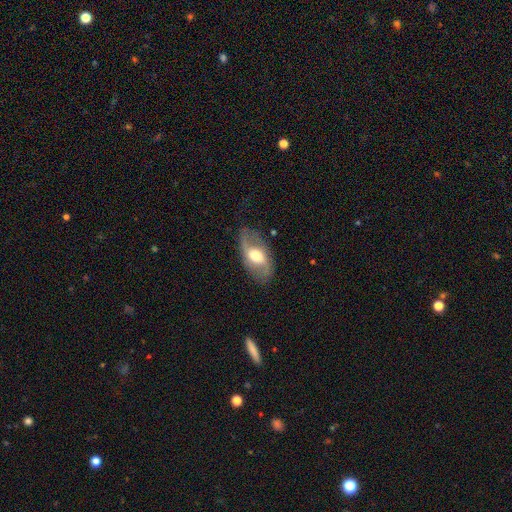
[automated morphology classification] This appears to be a featured or disk galaxy (69%) with a weak bar (42%), 2 (86%) loose (52%) spiral arms (83%) and a moderate central bulge (63%). Merging: none (74%).